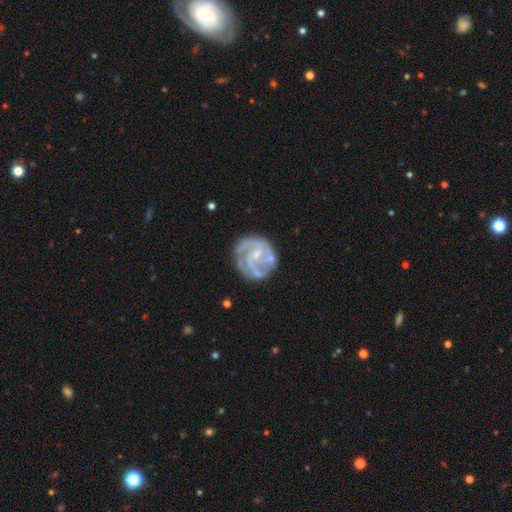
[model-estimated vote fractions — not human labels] Smooth or featured?
  - featured or disk: 84% *
  - smooth: 11%
  - star or artifact: 5%
Edge-on disk?
  - no: 98% *
  - yes: 2%
Bar?
  - weak: 49% *
  - no: 36%
  - strong: 15%
Spiral arms?
  - yes: 92% *
  - no: 8%
Spiral winding?
  - tight: 49% *
  - medium: 40%
  - loose: 11%
Spiral arm count?
  - 2: 42% *
  - 3: 26%
  - can't tell: 19%
  - 4: 5%
  - 1: 5%
  - more than 4: 4%
Bulge size?
  - small: 58% *
  - moderate: 25%
  - none: 14%
  - large: 1%
  - dominant: 1%
Merging?
  - none: 68% *
  - minor disturbance: 18%
  - major disturbance: 10%
  - merger: 4%